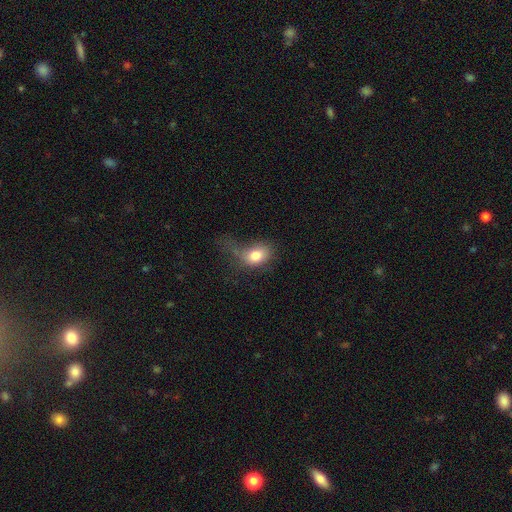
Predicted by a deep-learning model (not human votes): smooth-or-featured: smooth: 78% | featured or disk: 13% | star or artifact: 10%
  how-rounded: in between: 70% | round: 28% | cigar-shaped: 2%
  merging: major disturbance: 38% | none: 30% | minor disturbance: 28% | merger: 4%